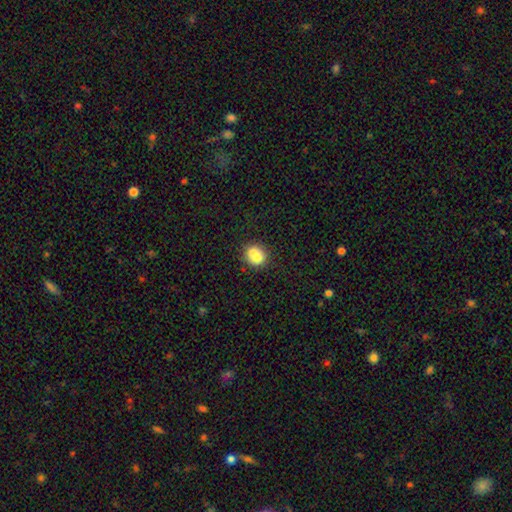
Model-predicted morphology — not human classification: Overall: smooth (72%). How rounded: round (75%). Merging: none (44%; merger 41%).